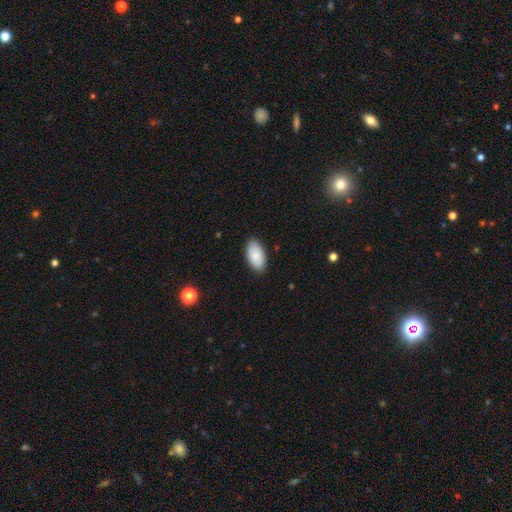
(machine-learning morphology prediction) type=smooth (89%); roundness=in between (96%); merging=none (87%).